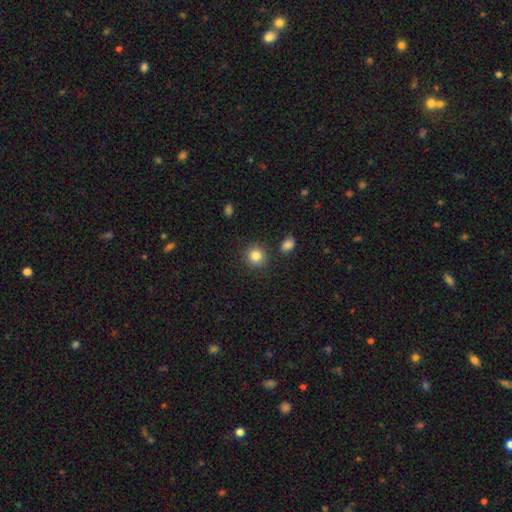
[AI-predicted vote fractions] smooth-or-featured: smooth: 85% | star or artifact: 10% | featured or disk: 5%
  how-rounded: round: 91% | in between: 8% | cigar-shaped: 1%
  merging: none: 87% | minor disturbance: 7% | merger: 3% | major disturbance: 3%